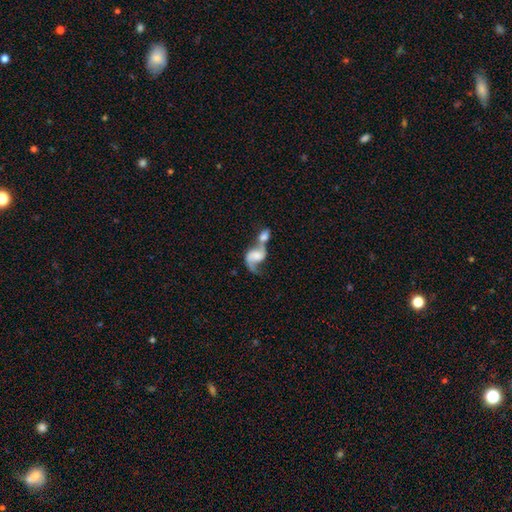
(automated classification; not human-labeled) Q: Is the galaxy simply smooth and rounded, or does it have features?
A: featured or disk — 64%.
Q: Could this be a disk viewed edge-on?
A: no — 97%.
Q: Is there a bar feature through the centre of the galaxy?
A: no — 59%.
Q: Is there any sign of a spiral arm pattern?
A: yes — 85%.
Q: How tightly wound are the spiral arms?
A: loose — 69%.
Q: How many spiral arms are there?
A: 2 — 65%.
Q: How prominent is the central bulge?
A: none — 33%.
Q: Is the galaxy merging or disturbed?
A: merger — 70%.